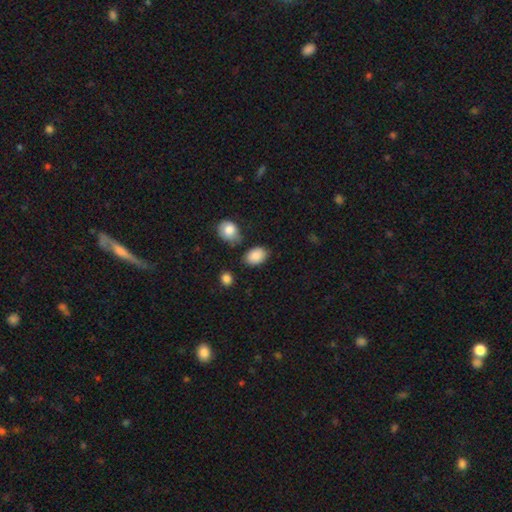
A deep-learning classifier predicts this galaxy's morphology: Overall: smooth (87%). How rounded: in between (83%). Merging: none (75%).